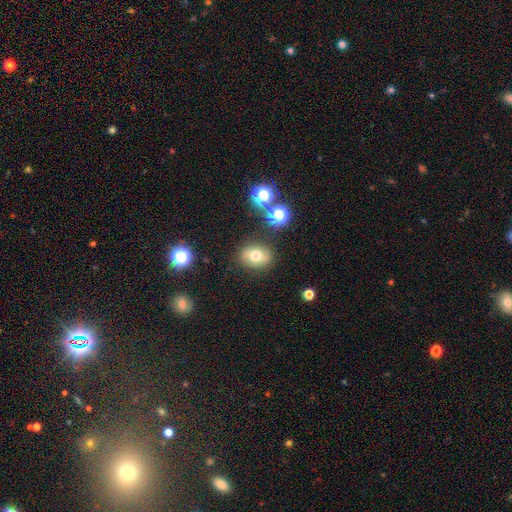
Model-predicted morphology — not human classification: This appears to be a smooth galaxy with no disk features (66%) that is in between round and cigar-shaped (55%). Merging: none (82%).